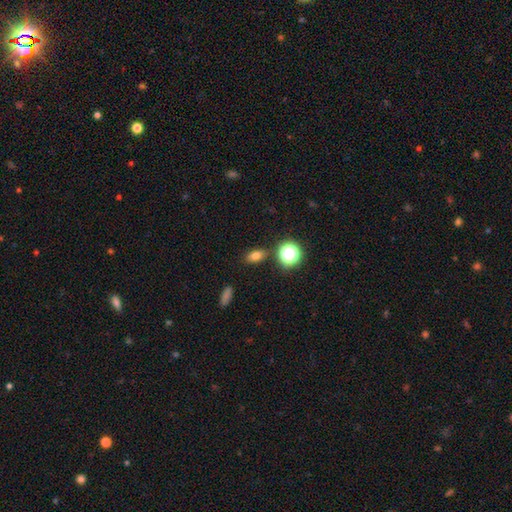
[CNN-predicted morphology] This is likely a smooth galaxy (73%). How rounded: likely in between (75%). Merging: clearly none (83%).